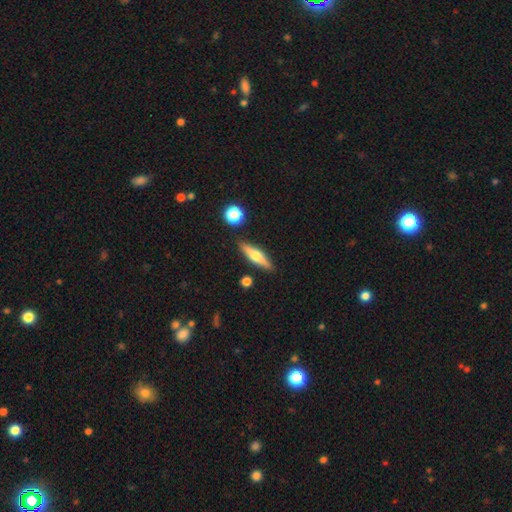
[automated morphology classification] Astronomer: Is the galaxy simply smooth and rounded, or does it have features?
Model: featured or disk — 53% (runner-up: smooth, 40%).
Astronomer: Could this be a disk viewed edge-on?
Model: yes — 94%.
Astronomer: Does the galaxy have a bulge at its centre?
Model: rounded — 92%.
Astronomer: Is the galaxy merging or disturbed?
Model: none — 85%.